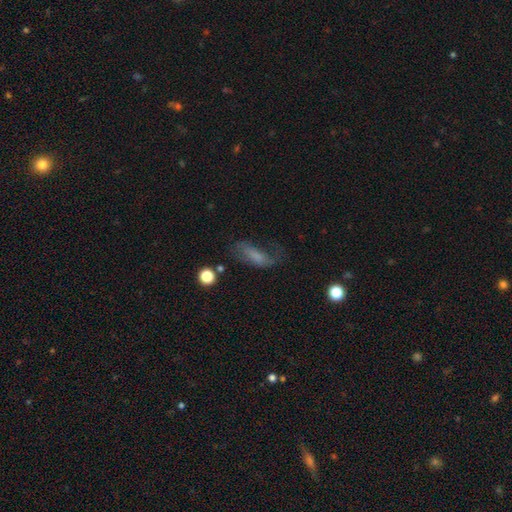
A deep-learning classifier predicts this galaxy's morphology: smooth 54%, featured or disk 33%, star or artifact 14%. Down the decision tree: how rounded — in between (69%); merging — none (40%).